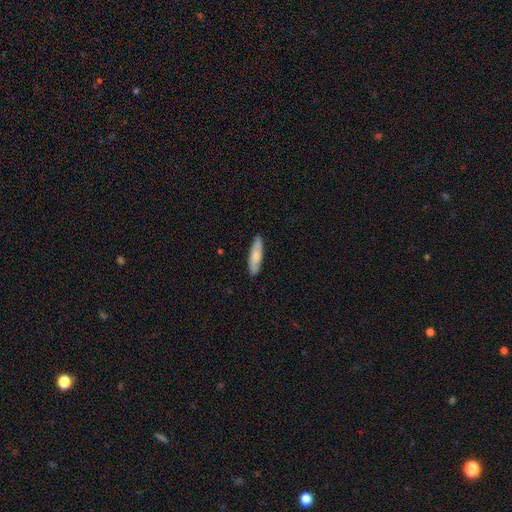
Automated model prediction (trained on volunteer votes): smooth_or_featured: smooth (p=0.72) [alt: featured or disk p=0.23]
how_rounded: cigar-shaped (p=0.64) [alt: in between p=0.34]
merging: none (p=0.88) [alt: minor disturbance p=0.09]